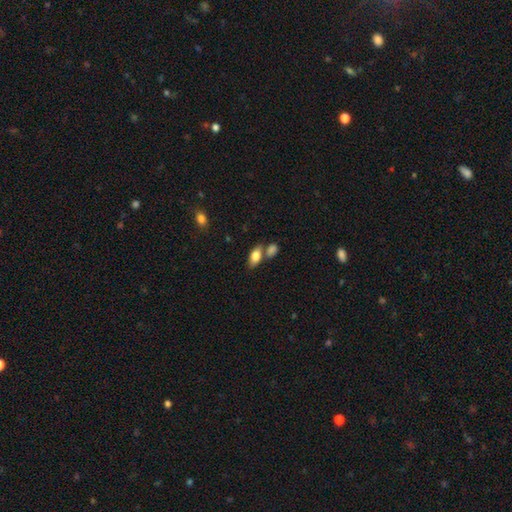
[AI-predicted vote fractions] A smooth galaxy with no disk features (79%) that is in between round and cigar-shaped (88%). Merging: none (56%).